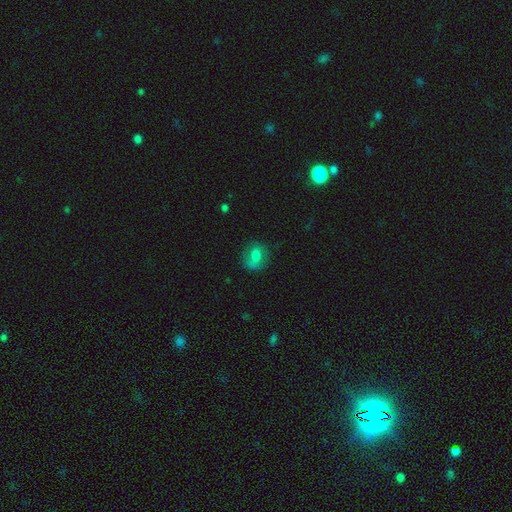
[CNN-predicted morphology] Smooth or featured: smooth — 64% (featured or disk — 26%)
How rounded: round — 57% (in between — 42%)
Merging: none — 67% (minor disturbance — 21%)